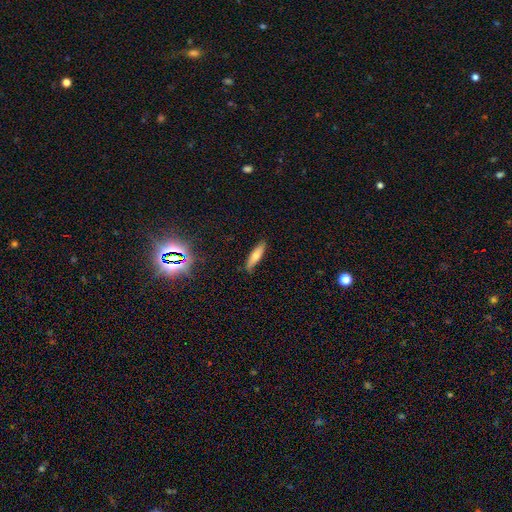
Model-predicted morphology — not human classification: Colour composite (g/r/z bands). It shows a smooth galaxy with no disk features (68%) that is cigar-shaped (72%). Merging: none (82%).